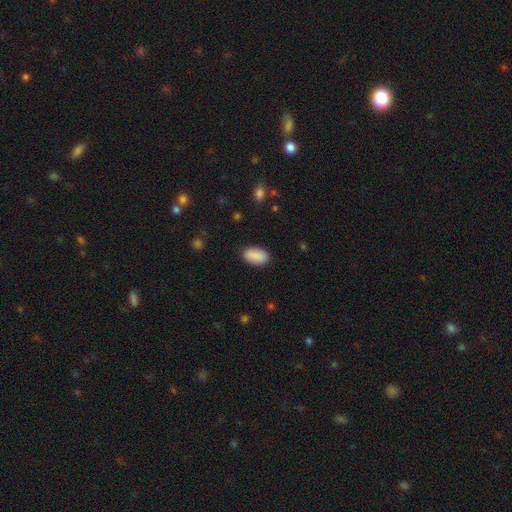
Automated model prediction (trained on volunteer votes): Overall: smooth (90%). How rounded: in between (93%). Merging: none (86%).